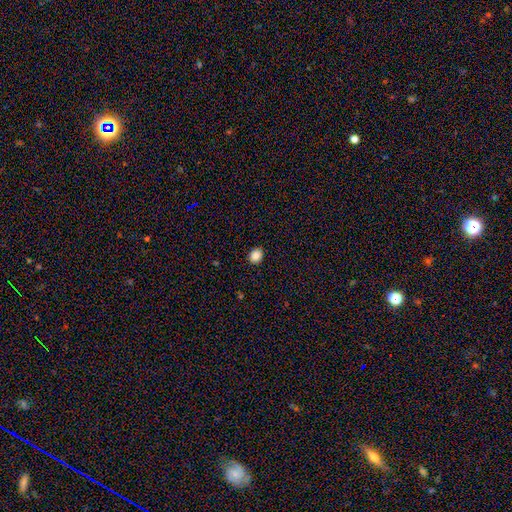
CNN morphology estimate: Overall: smooth (87%). How rounded: round (55%; in between 45%). Merging: none (90%).